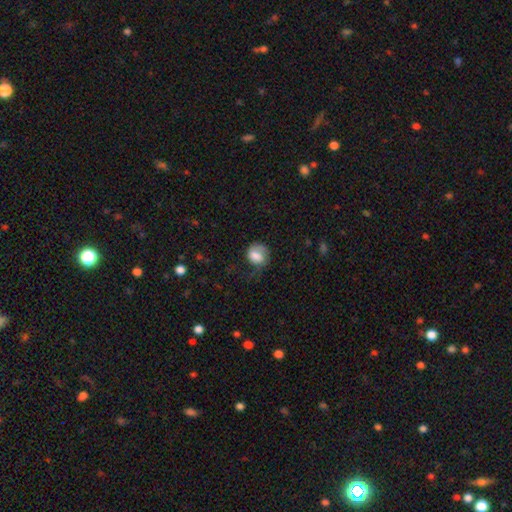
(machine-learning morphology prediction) Smooth or featured? Predicted: smooth (p=0.71). How rounded? Predicted: round (p=0.65). Merging? Predicted: none (p=0.44).